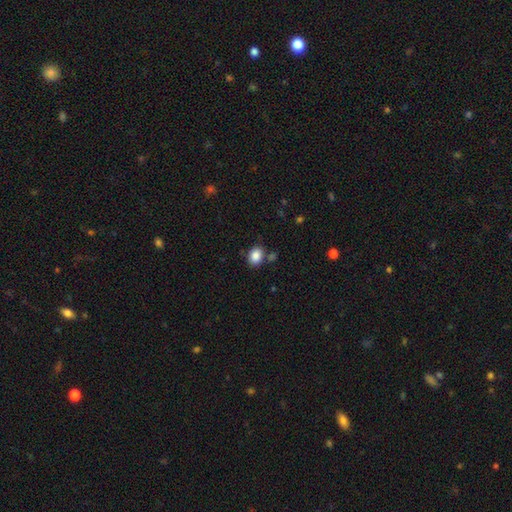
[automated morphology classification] A smooth galaxy with no disk features (87%) that is in between round and cigar-shaped (60%). Merging: none (75%).